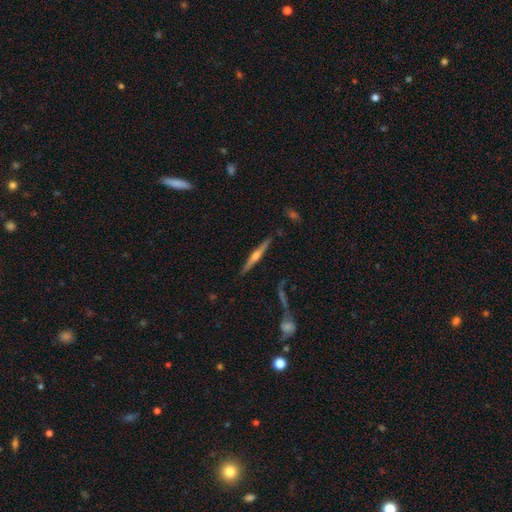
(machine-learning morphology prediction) A featured or disk galaxy (75%) viewed edge-on (98%) with a rounded central bulge (90%). Merging: none (87%).